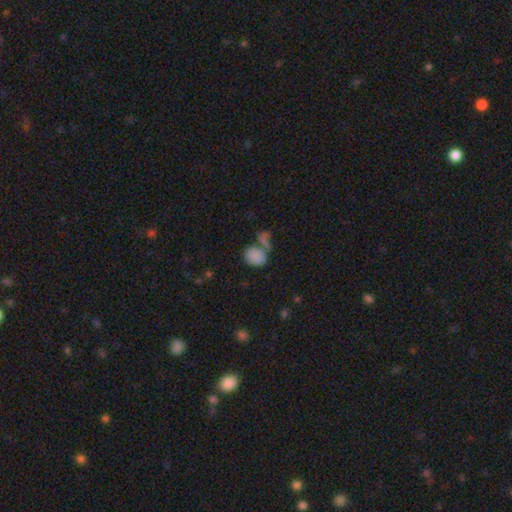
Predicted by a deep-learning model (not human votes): smooth-or-featured: smooth: 81% | star or artifact: 11% | featured or disk: 8%
  how-rounded: in between: 51% | round: 48% | cigar-shaped: 2%
  merging: none: 48% | merger: 30% | minor disturbance: 15% | major disturbance: 8%